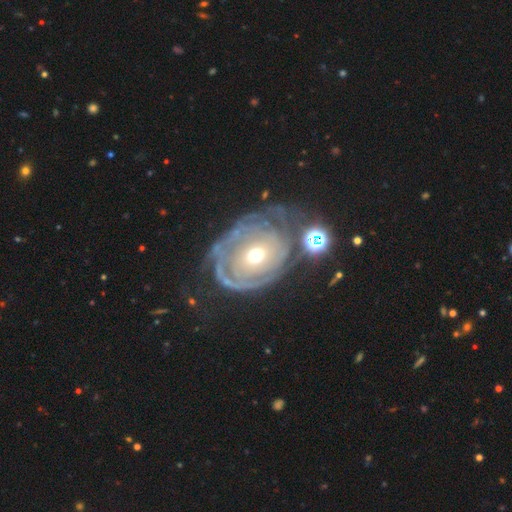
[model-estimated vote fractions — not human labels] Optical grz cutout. It shows a featured or disk galaxy (81%) with no bar (77%), tight (60%) spiral arms (83%) and a moderate central bulge (66%). Merging: none (45%).